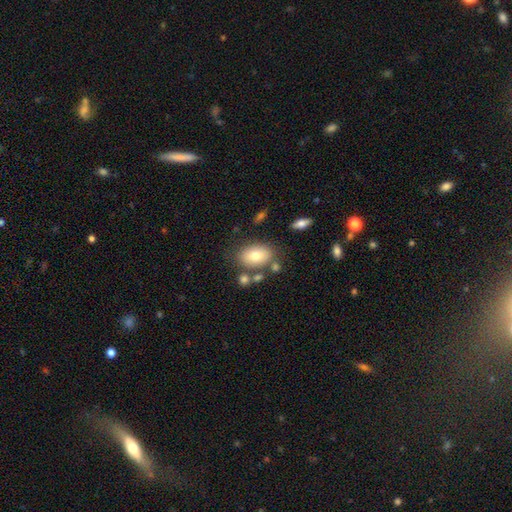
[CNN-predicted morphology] type=smooth (75%); roundness=in between (85%); merging=none (71%).